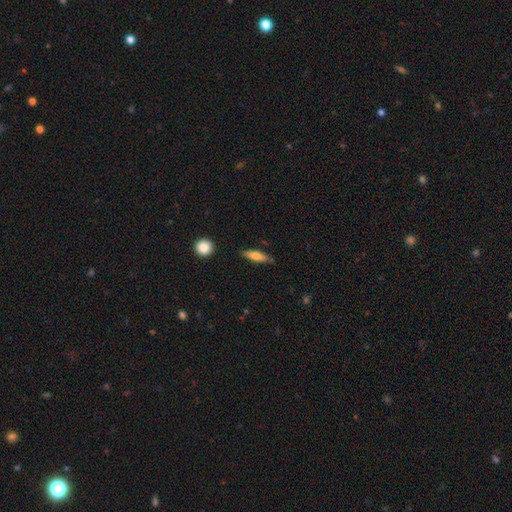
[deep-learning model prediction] smooth_or_featured: smooth (p=0.68) [alt: featured or disk p=0.25]
how_rounded: cigar-shaped (p=0.56) [alt: in between p=0.41]
merging: none (p=0.79) [alt: minor disturbance p=0.16]